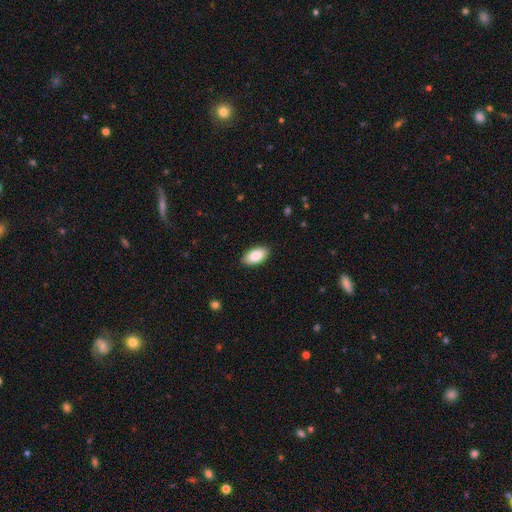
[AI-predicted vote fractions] Smooth or featured: smooth — 88% (featured or disk — 6%)
How rounded: in between — 95% (cigar-shaped — 3%)
Merging: none — 88% (minor disturbance — 9%)